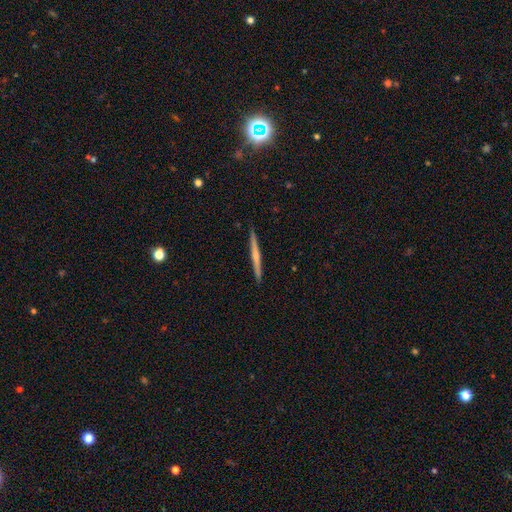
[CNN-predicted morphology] Smooth or featured: featured or disk — 58% (smooth — 36%)
Edge-on disk: yes — 98% (no — 2%)
Edge-on bulge: rounded — 52% (none — 42%)
Merging: none — 92% (minor disturbance — 6%)